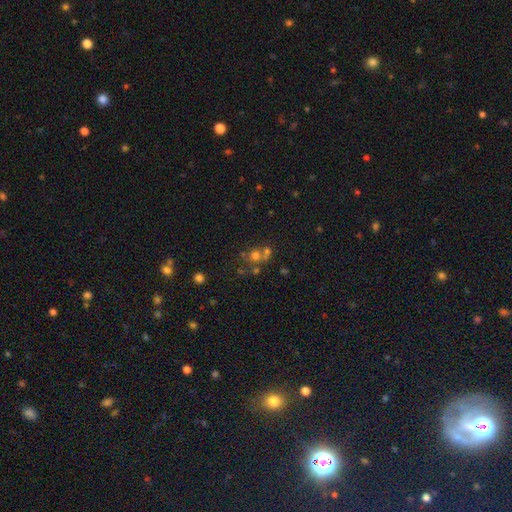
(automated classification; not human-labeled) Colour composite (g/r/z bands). It shows a smooth galaxy with no disk features (58%) that is round (80%). Merging: merger (45%).